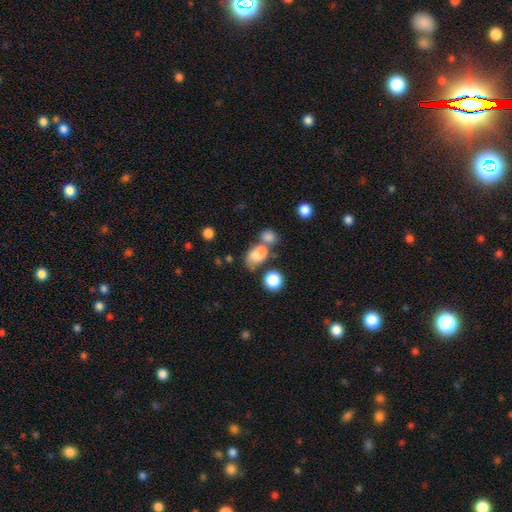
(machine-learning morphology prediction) Smooth or featured? smooth (75%)
How rounded? in between (72%)
Merging? merger (50%)